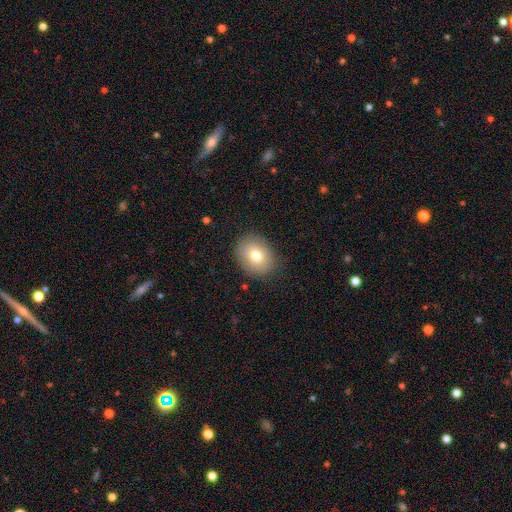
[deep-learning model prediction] smooth_or_featured: smooth (p=0.75) [alt: featured or disk p=0.16]
how_rounded: round (p=0.50) [alt: in between p=0.49]
merging: none (p=0.85) [alt: minor disturbance p=0.11]